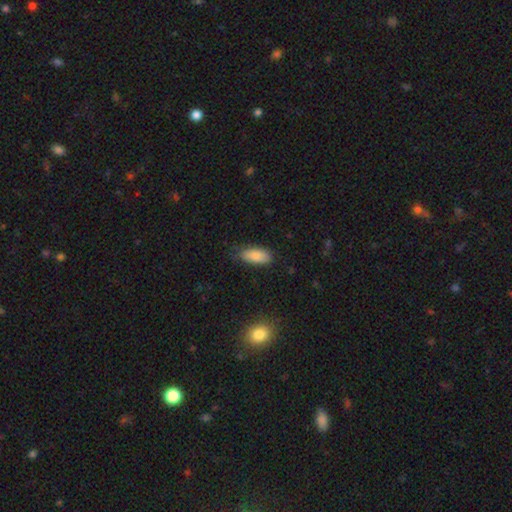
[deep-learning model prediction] Smooth or featured?
  - smooth: 85% *
  - featured or disk: 8%
  - star or artifact: 7%
How rounded?
  - in between: 86% *
  - cigar-shaped: 12%
  - round: 2%
Merging?
  - none: 76% *
  - minor disturbance: 19%
  - major disturbance: 4%
  - merger: 1%